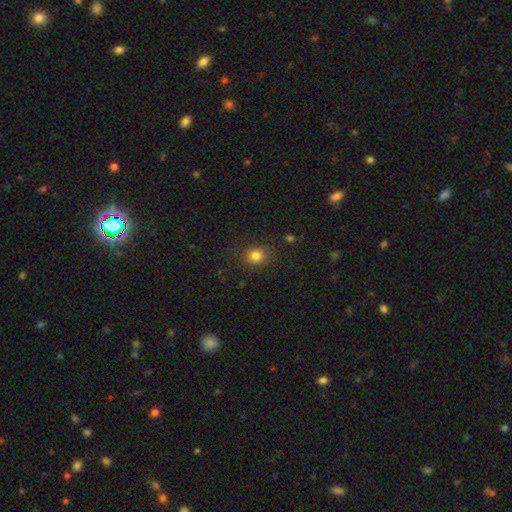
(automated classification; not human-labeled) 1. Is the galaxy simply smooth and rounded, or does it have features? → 81% smooth, 14% star or artifact, 6% featured or disk.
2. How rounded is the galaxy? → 70% round, 29% in between, 1% cigar-shaped.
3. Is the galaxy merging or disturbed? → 86% none, 10% minor disturbance, 3% major disturbance, 1% merger.